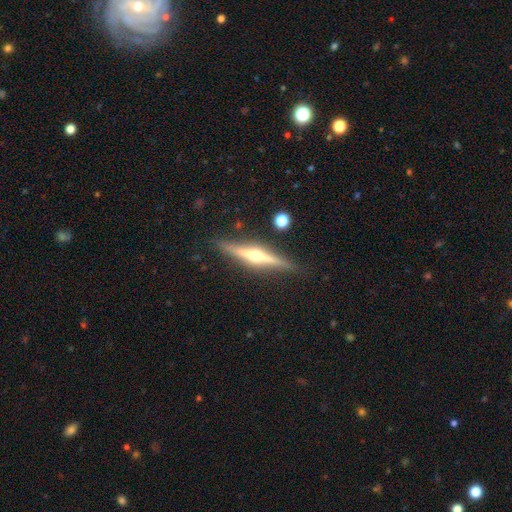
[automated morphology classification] Smooth or featured?
  - featured or disk: 78% *
  - smooth: 16%
  - star or artifact: 6%
Edge-on disk?
  - yes: 97% *
  - no: 3%
Edge-on bulge?
  - rounded: 93% *
  - none: 4%
  - boxy: 3%
Merging?
  - none: 88% *
  - minor disturbance: 9%
  - major disturbance: 2%
  - merger: 2%